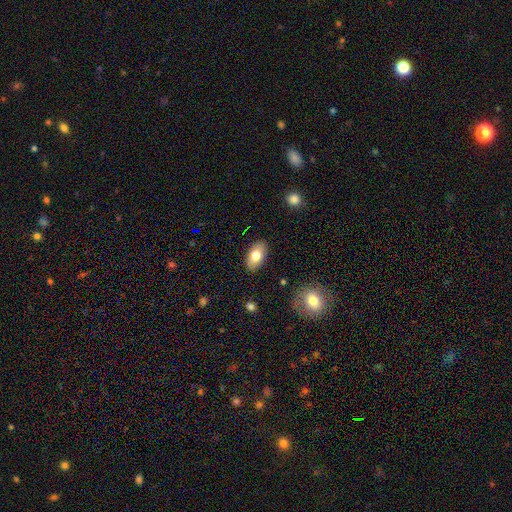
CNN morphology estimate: A smooth galaxy with no disk features (77%) that is in between round and cigar-shaped (94%).

Vote fractions:
- Smooth or featured? smooth: 77% / featured or disk: 17% / star or artifact: 7%
- How rounded? in between: 94% / round: 4% / cigar-shaped: 2%
- Merging? none: 88% / minor disturbance: 9% / major disturbance: 2% / merger: 1%